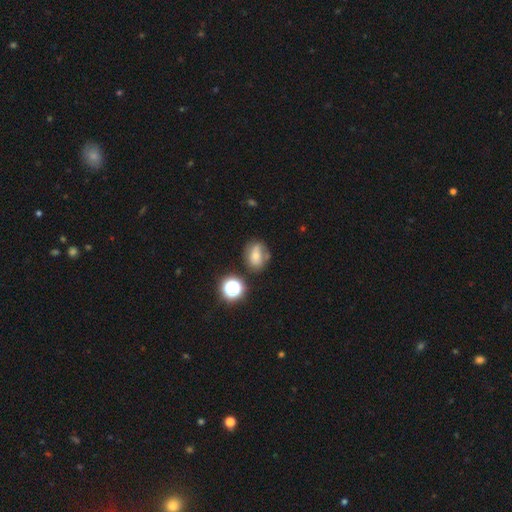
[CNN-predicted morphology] This is possibly a smooth galaxy (48%). Merging: likely none (66%).